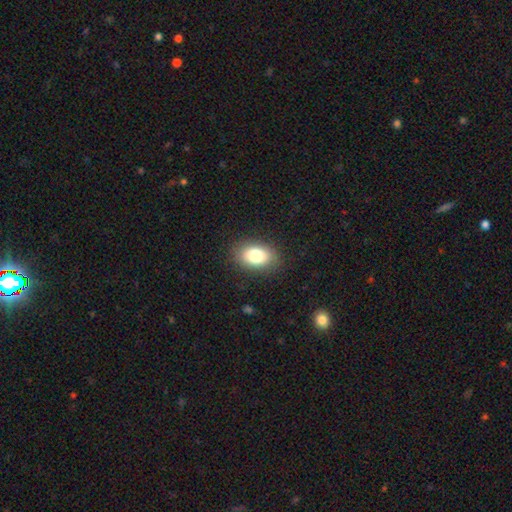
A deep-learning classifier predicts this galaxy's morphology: smooth_or_featured: smooth (p=0.80) [alt: featured or disk p=0.11]
how_rounded: in between (p=0.86) [alt: round p=0.13]
merging: none (p=0.86) [alt: minor disturbance p=0.10]